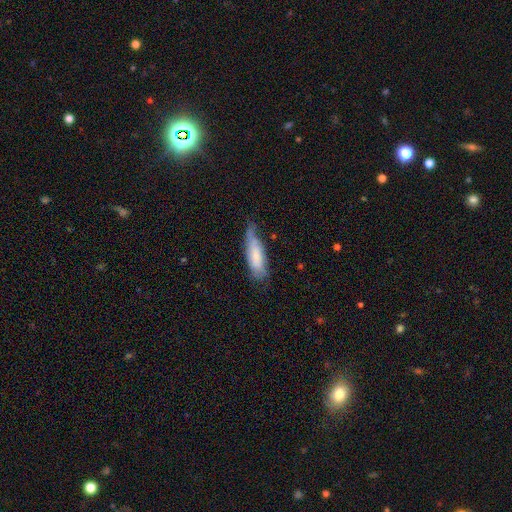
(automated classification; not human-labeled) Overall: smooth (65%; featured or disk 28%). How rounded: in between (51%; cigar-shaped 47%). Merging: none (47%; minor disturbance 38%).